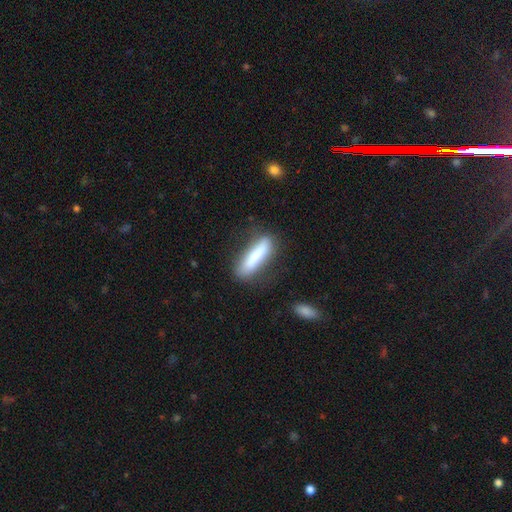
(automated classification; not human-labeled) A smooth galaxy with no disk features (75%) that is cigar-shaped (78%). Merging: none (76%).